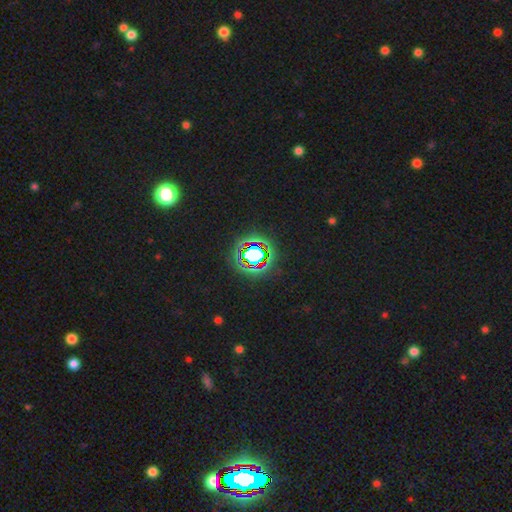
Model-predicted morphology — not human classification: Smooth or featured? Predicted: star or artifact (p=0.69).